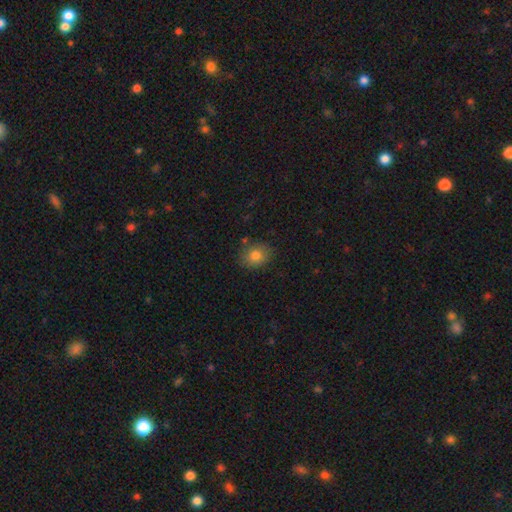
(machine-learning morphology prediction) Smooth or featured?
  - smooth: 80% *
  - star or artifact: 10%
  - featured or disk: 9%
How rounded?
  - round: 58% *
  - in between: 41%
  - cigar-shaped: 1%
Merging?
  - none: 82% *
  - minor disturbance: 13%
  - major disturbance: 3%
  - merger: 3%